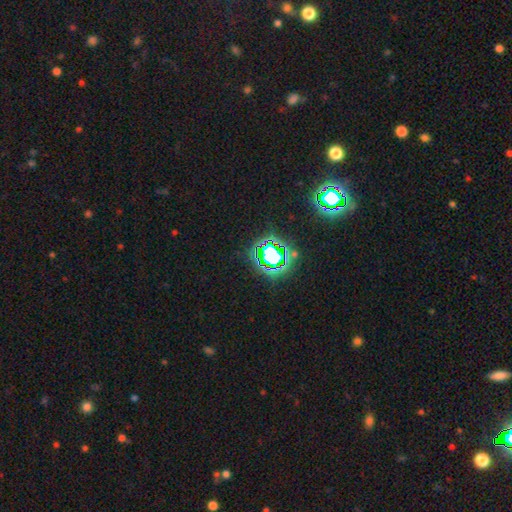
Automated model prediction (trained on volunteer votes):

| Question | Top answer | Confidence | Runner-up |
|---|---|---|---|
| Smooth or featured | star or artifact | 80% | smooth (12%) |